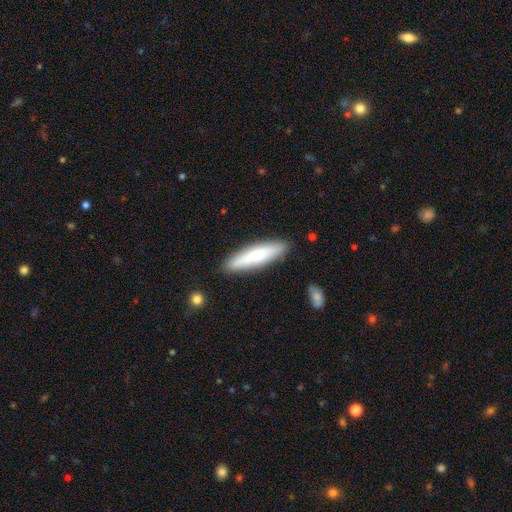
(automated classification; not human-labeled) Smooth or featured? smooth (73%)
How rounded? cigar-shaped (78%)
Merging? none (87%)